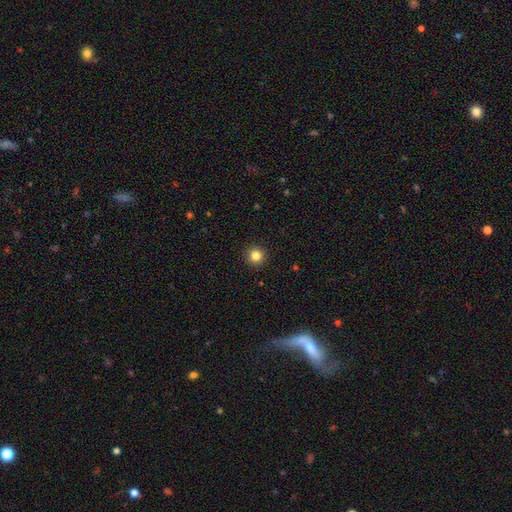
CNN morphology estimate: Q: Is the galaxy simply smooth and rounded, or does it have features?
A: smooth — 84%.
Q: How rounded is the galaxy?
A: round — 95%.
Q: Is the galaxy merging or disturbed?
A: none — 93%.